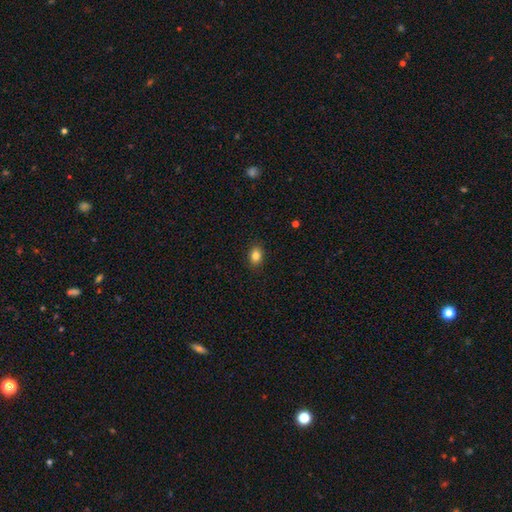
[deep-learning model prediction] Smooth or featured: smooth — 83% (star or artifact — 10%)
How rounded: in between — 65% (round — 34%)
Merging: none — 89% (minor disturbance — 8%)